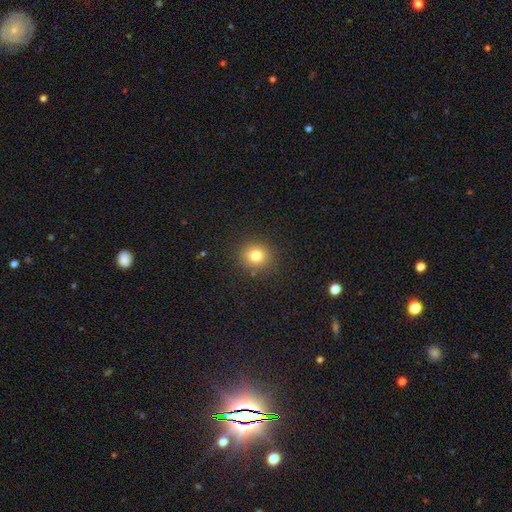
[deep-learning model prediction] A smooth galaxy with no disk features (78%) that is round (88%). Merging: none (89%).